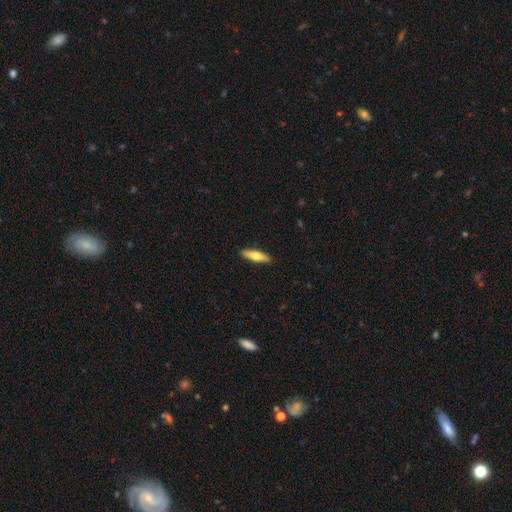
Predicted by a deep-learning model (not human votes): Smooth or featured?
  - smooth: 65% *
  - featured or disk: 30%
  - star or artifact: 5%
How rounded?
  - cigar-shaped: 65% *
  - in between: 33%
  - round: 2%
Merging?
  - none: 90% *
  - minor disturbance: 7%
  - major disturbance: 1%
  - merger: 1%